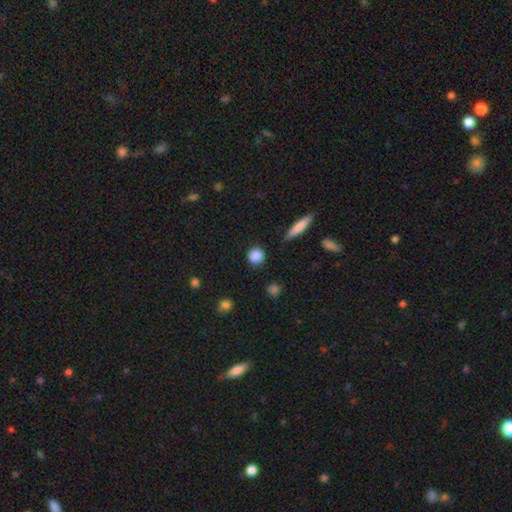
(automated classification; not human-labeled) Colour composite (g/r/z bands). It shows a smooth galaxy with no disk features (86%) that is round (87%). Merging: none (86%).